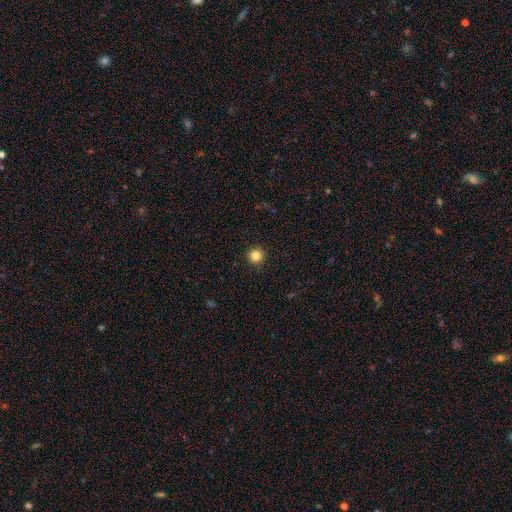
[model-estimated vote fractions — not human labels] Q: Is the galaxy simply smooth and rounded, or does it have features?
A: smooth — 84%.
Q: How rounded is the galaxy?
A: round — 96%.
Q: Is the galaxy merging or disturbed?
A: none — 93%.